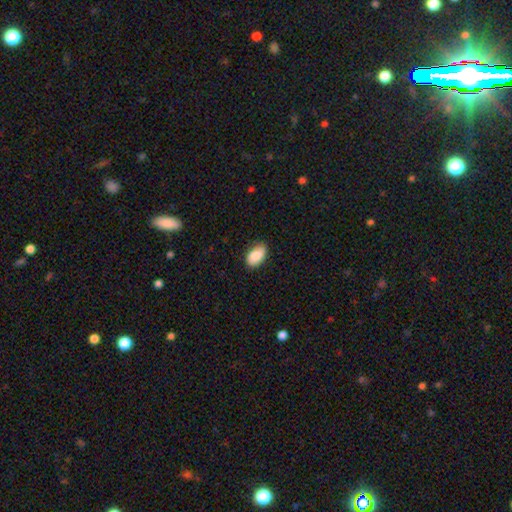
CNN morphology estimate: Smooth or featured: smooth — 85% (featured or disk — 9%)
How rounded: in between — 93% (round — 5%)
Merging: none — 77% (minor disturbance — 19%)